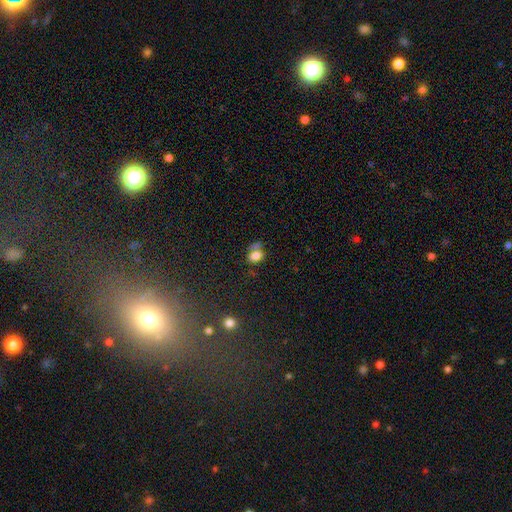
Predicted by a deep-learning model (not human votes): This appears to be a smooth galaxy with no disk features (75%) that is in between round and cigar-shaped (67%). Merging: none (45%).